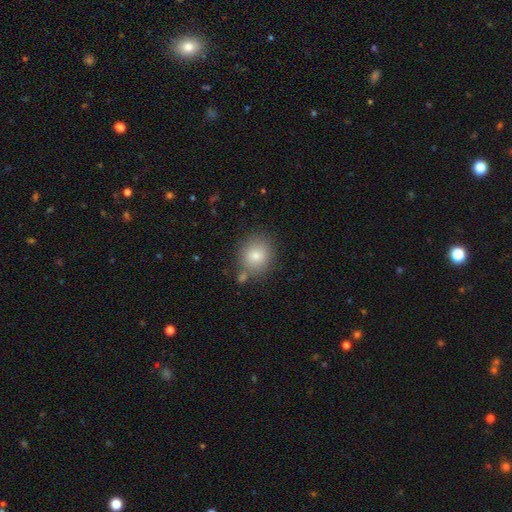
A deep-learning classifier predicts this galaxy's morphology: Overall: smooth (79%). How rounded: round (79%). Merging: none (76%).